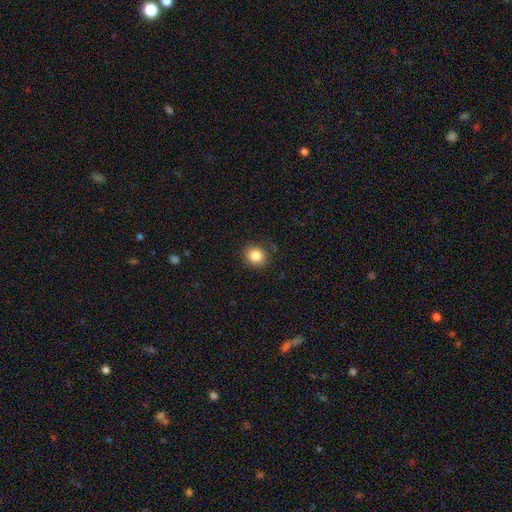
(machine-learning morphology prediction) This is clearly a smooth galaxy (84%). How rounded: clearly round (84%). Merging: clearly none (86%).